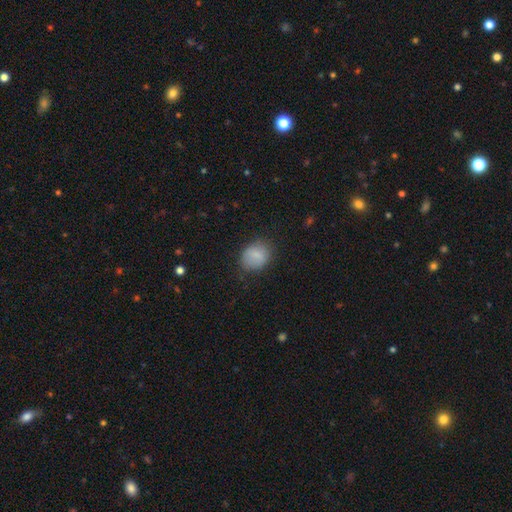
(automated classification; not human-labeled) Morphology: type=smooth (82%); roundness=round (56%); merging=none (73%).